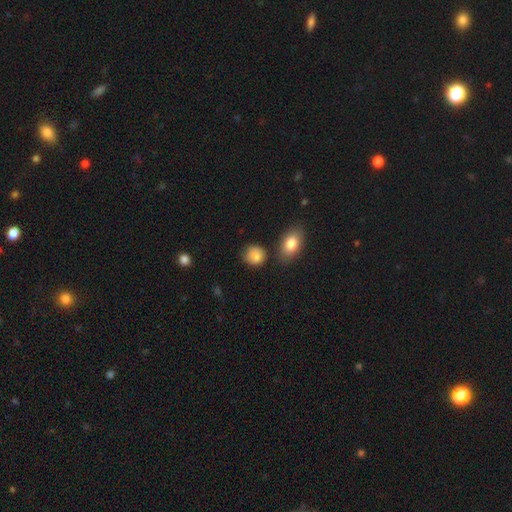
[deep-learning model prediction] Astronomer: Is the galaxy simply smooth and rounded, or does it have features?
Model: smooth — 85%.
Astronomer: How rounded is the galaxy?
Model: round — 74%.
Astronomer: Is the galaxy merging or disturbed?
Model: none — 71%.